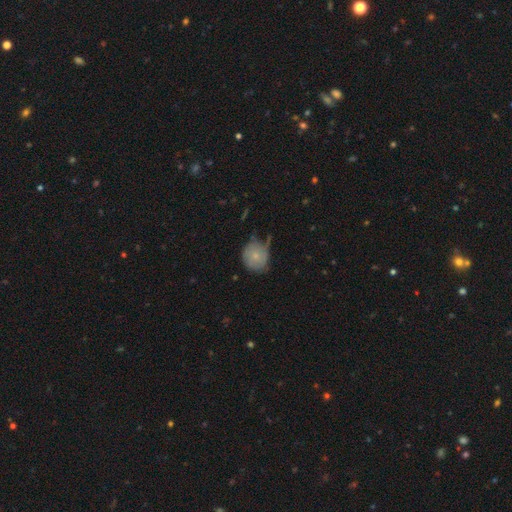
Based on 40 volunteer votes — Volunteers were most divided on "merging": none: 61%, minor disturbance: 28%, merger: 8%, major disturbance: 3%. More confident: how rounded — round (96%); smooth or featured — smooth (70%).